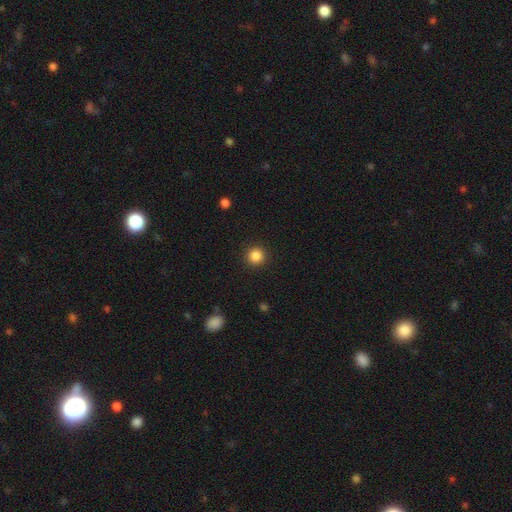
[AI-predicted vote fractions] Smooth or featured?
  - smooth: 86% *
  - star or artifact: 11%
  - featured or disk: 4%
How rounded?
  - round: 95% *
  - in between: 4%
  - cigar-shaped: 1%
Merging?
  - none: 92% *
  - minor disturbance: 5%
  - major disturbance: 2%
  - merger: 1%